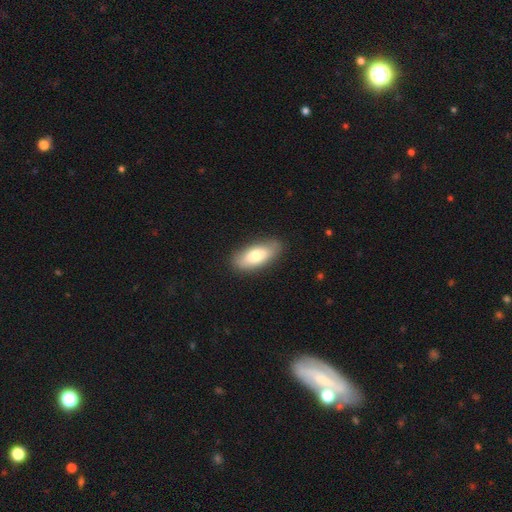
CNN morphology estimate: Smooth or featured: smooth — 75% (featured or disk — 20%)
How rounded: in between — 84% (cigar-shaped — 14%)
Merging: none — 85% (minor disturbance — 12%)